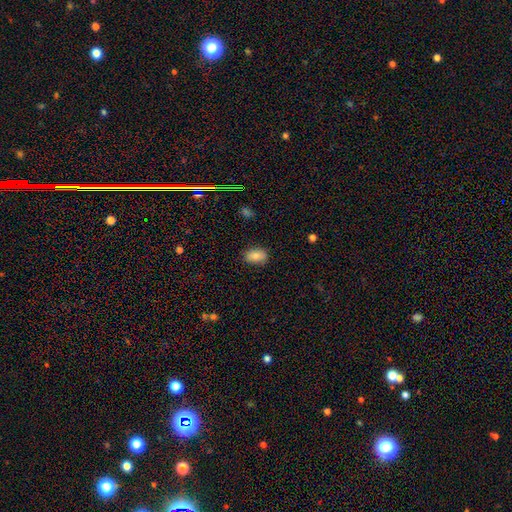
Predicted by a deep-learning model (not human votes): Smooth or featured: smooth — 82% (featured or disk — 9%)
How rounded: in between — 89% (round — 9%)
Merging: none — 84% (minor disturbance — 13%)